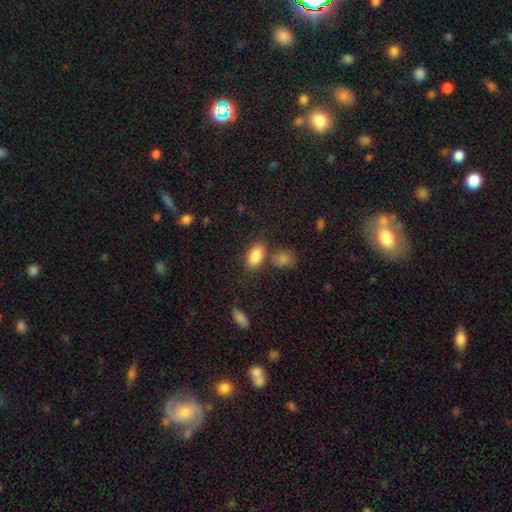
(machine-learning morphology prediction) A smooth galaxy with no disk features (87%) that is in between round and cigar-shaped (91%).

Vote fractions:
- Smooth or featured? smooth: 87% / star or artifact: 8% / featured or disk: 6%
- How rounded? in between: 91% / round: 6% / cigar-shaped: 3%
- Merging? none: 67% / merger: 14% / minor disturbance: 14% / major disturbance: 5%